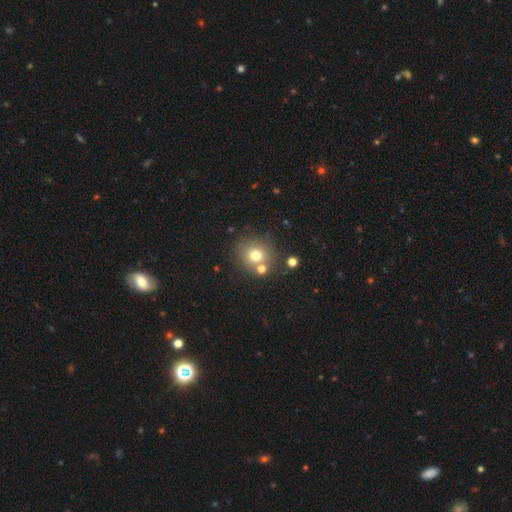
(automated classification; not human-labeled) A smooth galaxy with no disk features (74%) that is round (86%).

Vote fractions:
- Smooth or featured? smooth: 74% / star or artifact: 15% / featured or disk: 12%
- How rounded? round: 86% / in between: 14% / cigar-shaped: 1%
- Merging? none: 72% / merger: 14% / minor disturbance: 10% / major disturbance: 4%